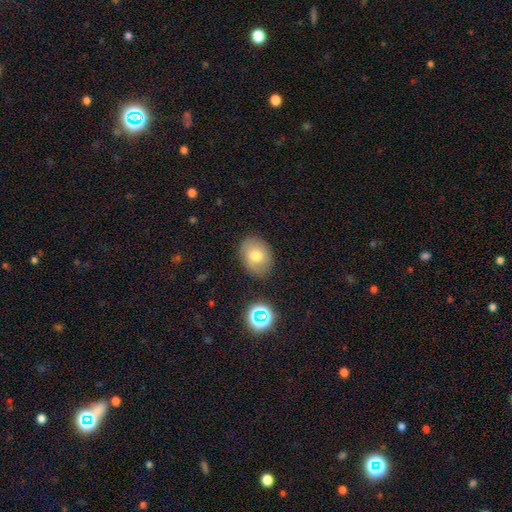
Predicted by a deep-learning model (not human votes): This appears to be a smooth galaxy with no disk features (74%) that is in between round and cigar-shaped (65%). Merging: none (82%).